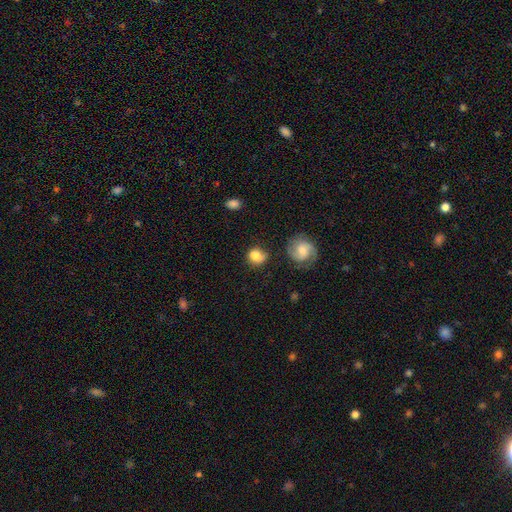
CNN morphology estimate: A smooth galaxy with no disk features (77%) that is round (77%).

Vote fractions:
- Smooth or featured? smooth: 77% / featured or disk: 14% / star or artifact: 9%
- How rounded? round: 77% / in between: 22% / cigar-shaped: 1%
- Merging? none: 59% / minor disturbance: 24% / major disturbance: 9% / merger: 8%